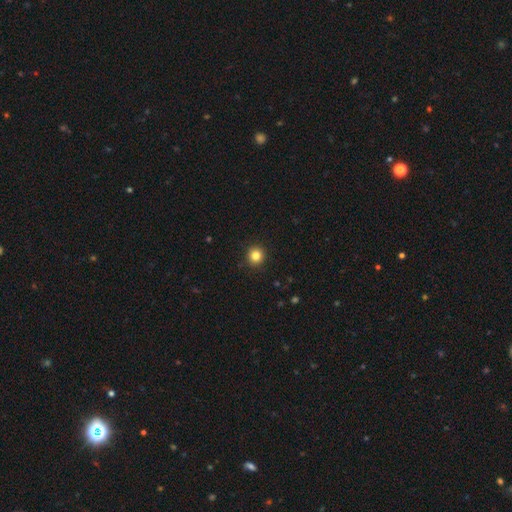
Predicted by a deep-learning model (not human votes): Overall: smooth (84%). How rounded: round (93%). Merging: none (92%).